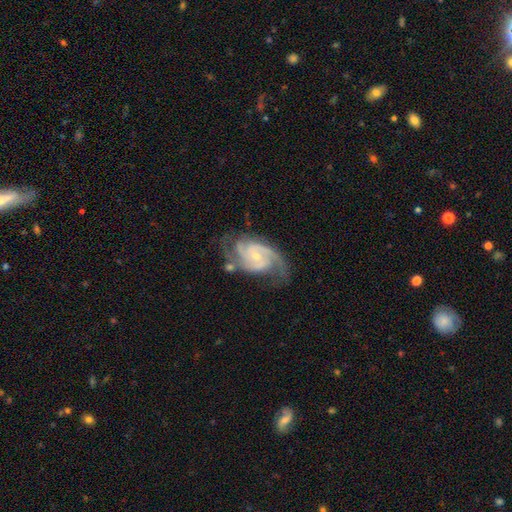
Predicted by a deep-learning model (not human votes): featured or disk 90%, star or artifact 5%, smooth 5%. Down the decision tree: edge-on disk — no (97%); bar — no (58%); spiral arms — yes (98%); spiral arm count — 2 (56%); spiral winding — medium (48%); bulge size — small (68%); merging — none (63%).